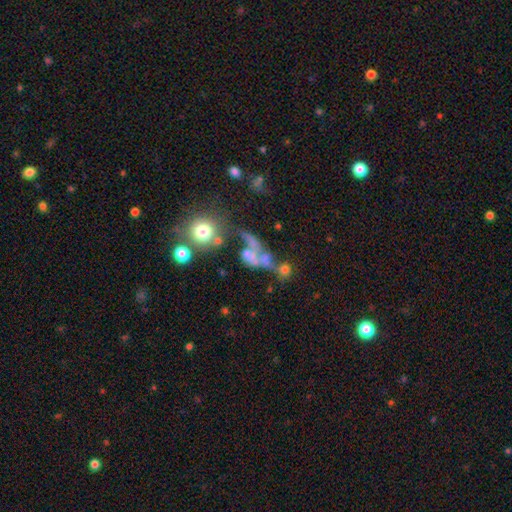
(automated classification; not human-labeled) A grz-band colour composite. It shows a featured or disk galaxy (48%). Merging: merger (34%).